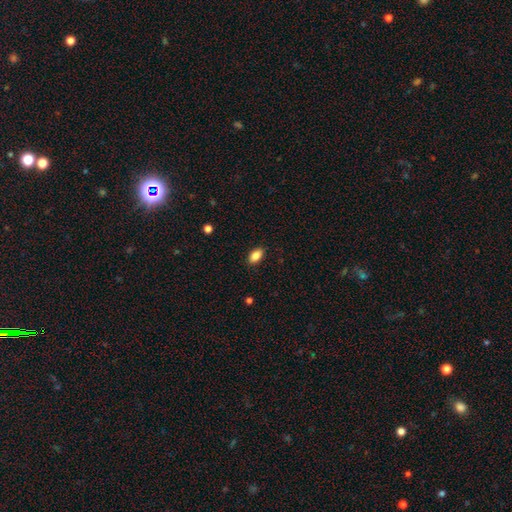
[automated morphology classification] type=smooth (87%); roundness=in between (90%); merging=none (88%).